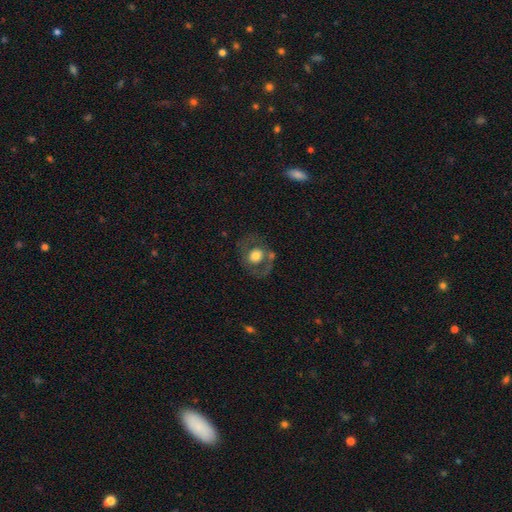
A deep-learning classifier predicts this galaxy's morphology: A smooth galaxy with no disk features (51%) that is round (71%).

Vote fractions:
- Smooth or featured? smooth: 51% / featured or disk: 41% / star or artifact: 8%
- How rounded? round: 71% / in between: 28% / cigar-shaped: 1%
- Merging? none: 64% / minor disturbance: 16% / major disturbance: 13% / merger: 8%